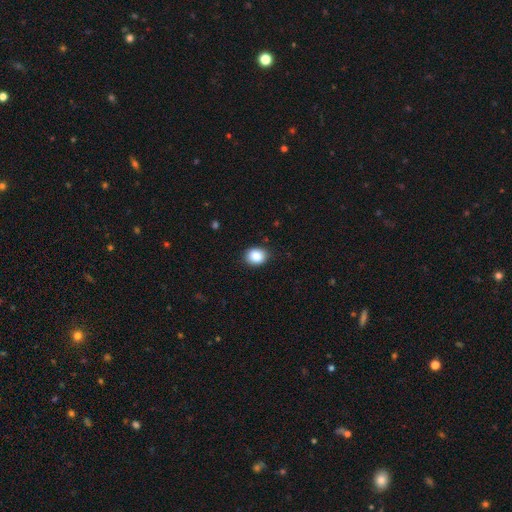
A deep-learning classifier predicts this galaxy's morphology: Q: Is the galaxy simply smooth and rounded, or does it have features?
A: smooth — 87%.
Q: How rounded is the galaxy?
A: round — 58%.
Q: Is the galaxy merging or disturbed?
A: none — 88%.